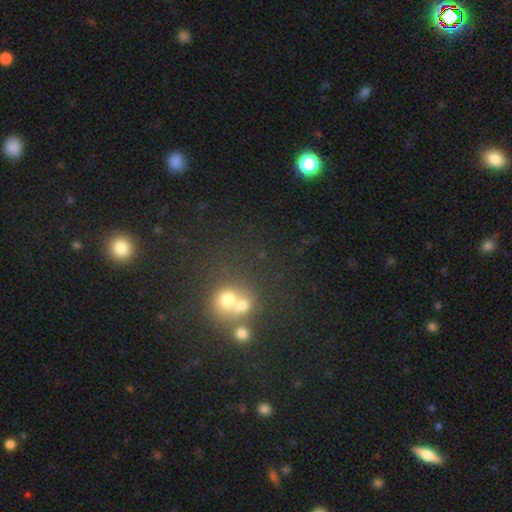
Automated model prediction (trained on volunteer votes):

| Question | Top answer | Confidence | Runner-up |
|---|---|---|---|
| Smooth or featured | star or artifact | 45% | smooth (44%) |